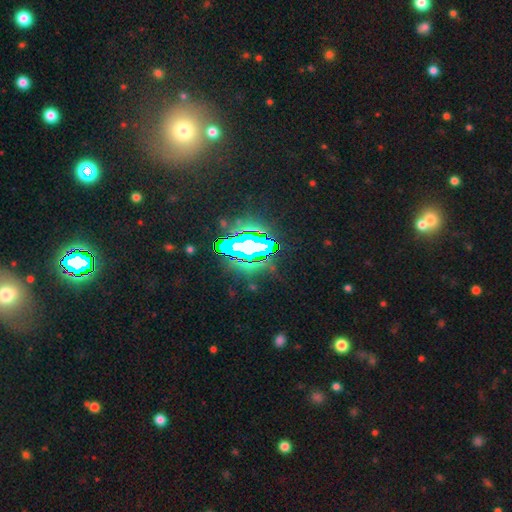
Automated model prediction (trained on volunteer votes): smooth-or-featured: star or artifact: 72% | featured or disk: 16% | smooth: 12%